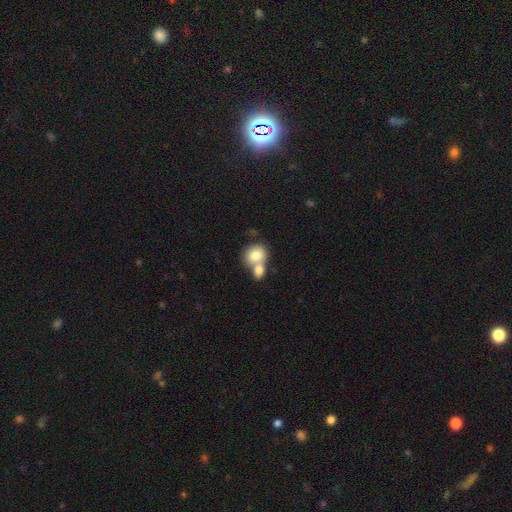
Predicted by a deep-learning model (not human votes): smooth-or-featured: smooth: 78% | featured or disk: 14% | star or artifact: 8%
  how-rounded: round: 61% | in between: 38% | cigar-shaped: 1%
  merging: merger: 62% | none: 28% | minor disturbance: 7% | major disturbance: 3%